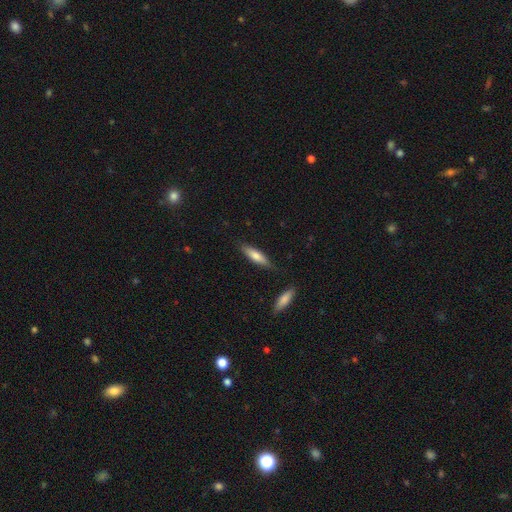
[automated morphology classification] The model was most divided on "how rounded": cigar-shaped: 67%, in between: 31%, round: 2%. More confident: merging — none (81%); smooth or featured — smooth (72%).